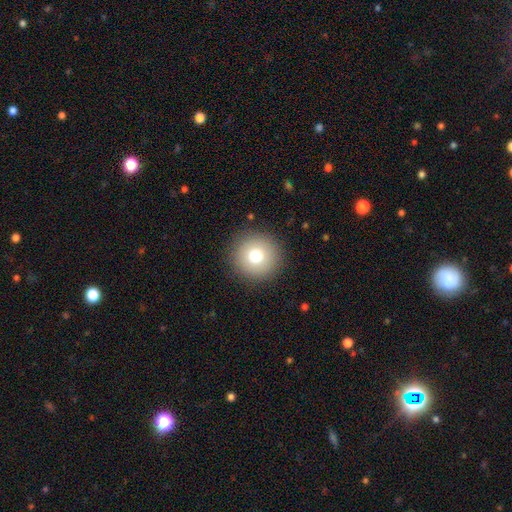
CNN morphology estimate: type=smooth (76%); roundness=round (96%); merging=none (91%).